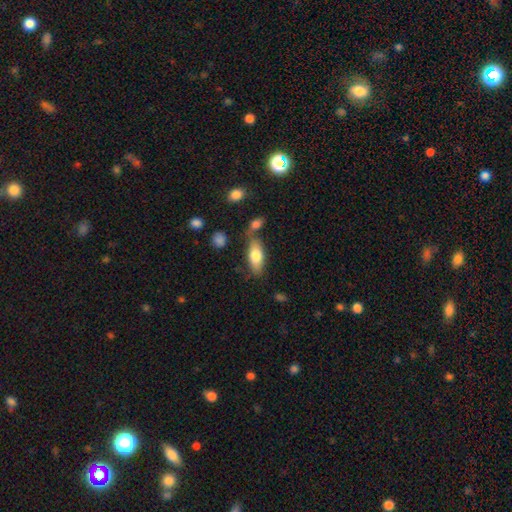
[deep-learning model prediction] A smooth galaxy with no disk features (75%) that is in between round and cigar-shaped (79%).

Vote fractions:
- Smooth or featured? smooth: 75% / featured or disk: 19% / star or artifact: 6%
- How rounded? in between: 79% / cigar-shaped: 18% / round: 3%
- Merging? none: 66% / minor disturbance: 17% / merger: 13% / major disturbance: 5%